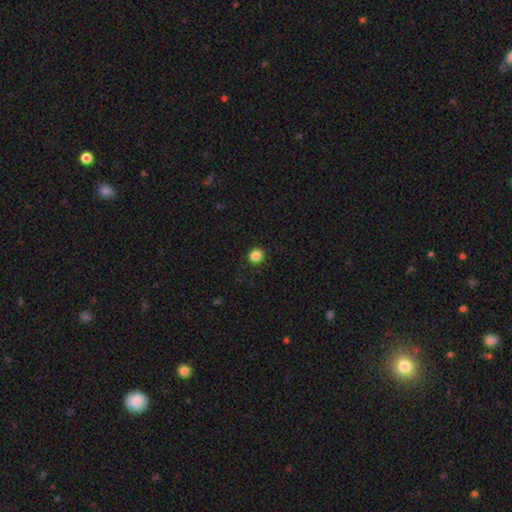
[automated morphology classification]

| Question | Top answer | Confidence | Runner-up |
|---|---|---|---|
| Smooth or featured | smooth | 85% | star or artifact (11%) |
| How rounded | round | 93% | in between (6%) |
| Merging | none | 92% | minor disturbance (5%) |